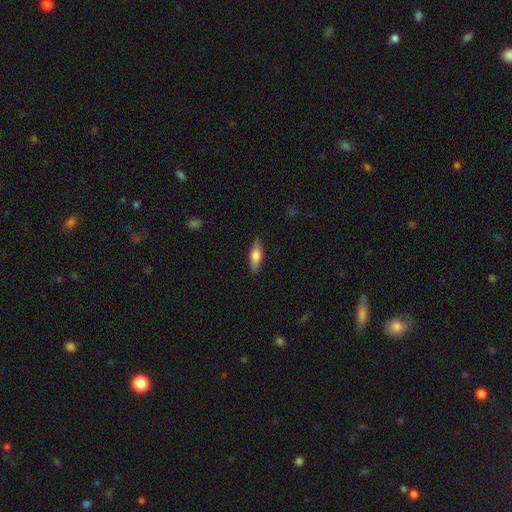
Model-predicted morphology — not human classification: Smooth or featured? Predicted: smooth (p=0.62). How rounded? Predicted: in between (p=0.58). Merging? Predicted: none (p=0.86).